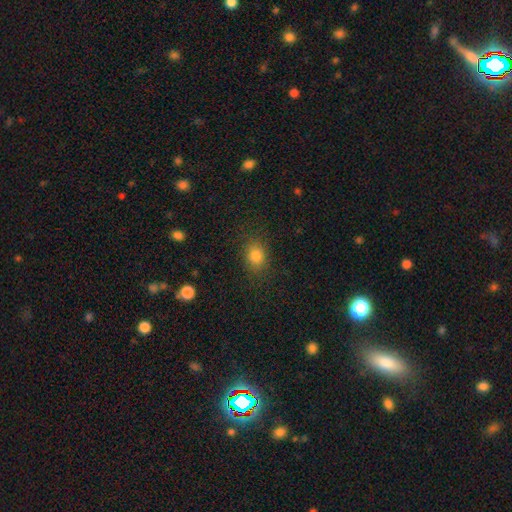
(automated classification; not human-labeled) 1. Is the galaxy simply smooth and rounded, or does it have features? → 83% smooth, 11% star or artifact, 6% featured or disk.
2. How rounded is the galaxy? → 56% in between, 43% round, 1% cigar-shaped.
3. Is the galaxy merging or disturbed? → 83% none, 11% minor disturbance, 4% major disturbance, 1% merger.